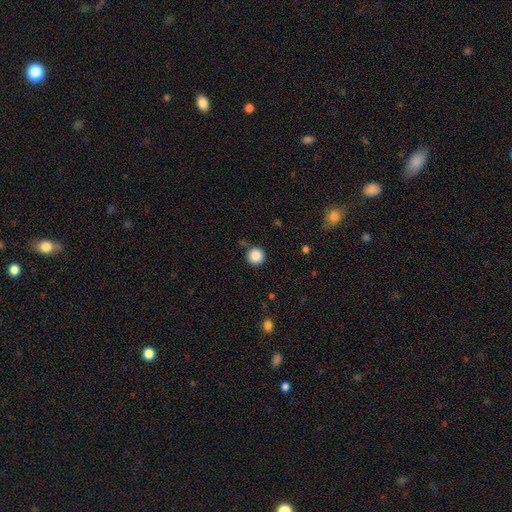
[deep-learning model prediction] Smooth or featured? smooth (87%)
How rounded? round (96%)
Merging? none (87%)